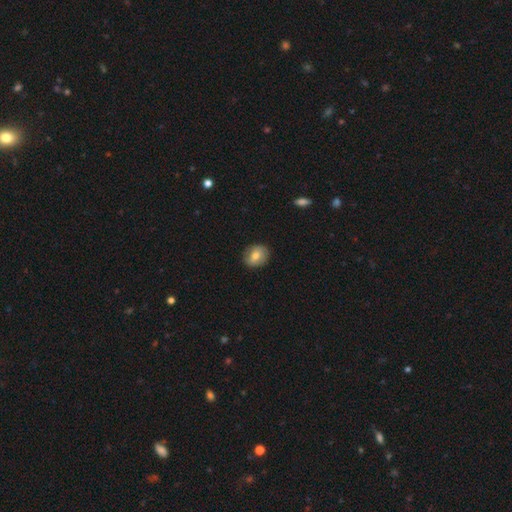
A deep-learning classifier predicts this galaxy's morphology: Overall: smooth (67%). How rounded: round (59%; in between 39%). Merging: none (84%).